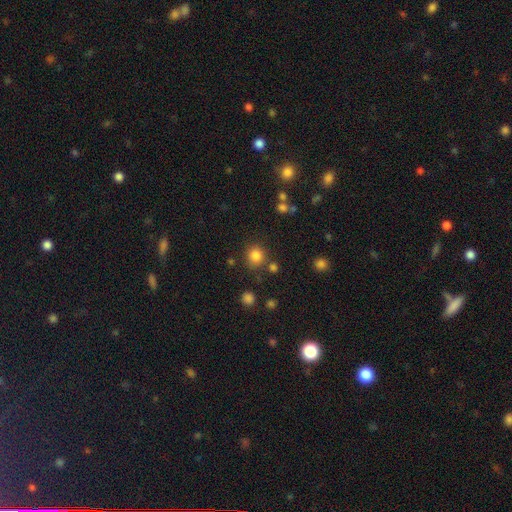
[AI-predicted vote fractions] smooth_or_featured: smooth (p=0.82) [alt: star or artifact p=0.13]
how_rounded: round (p=0.90) [alt: in between p=0.09]
merging: none (p=0.81) [alt: minor disturbance p=0.09]